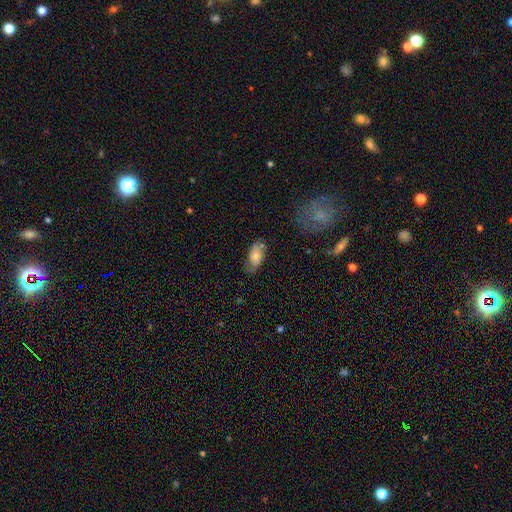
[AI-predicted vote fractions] smooth-or-featured: smooth: 69% | featured or disk: 24% | star or artifact: 7%
  how-rounded: in between: 91% | cigar-shaped: 5% | round: 4%
  merging: none: 60% | minor disturbance: 27% | major disturbance: 9% | merger: 4%